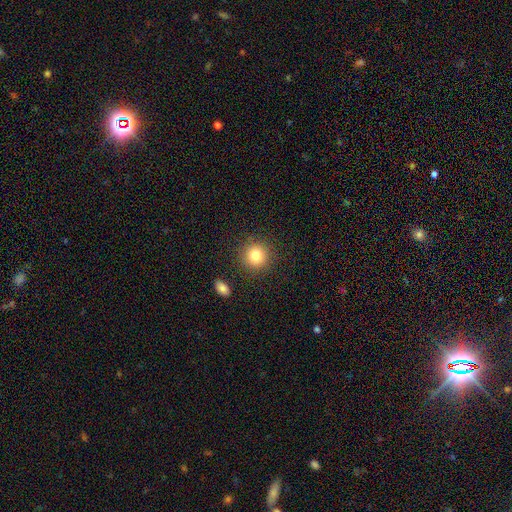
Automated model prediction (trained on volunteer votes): A smooth galaxy with no disk features (82%) that is round (91%). Merging: none (88%).